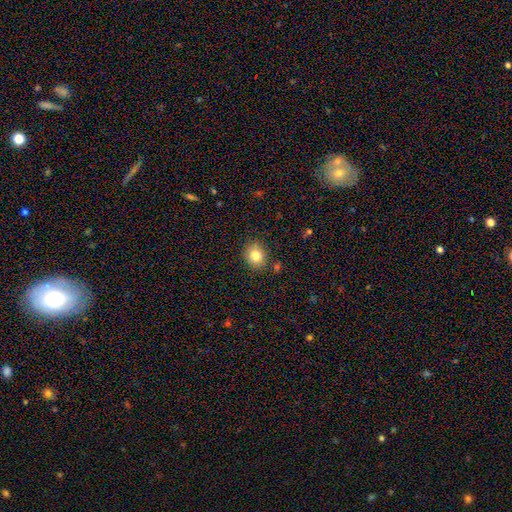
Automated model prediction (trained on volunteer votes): A smooth galaxy with no disk features (81%) that is round (62%). Merging: none (85%).